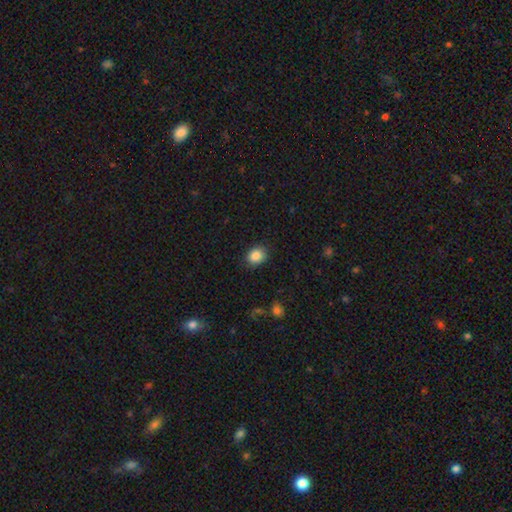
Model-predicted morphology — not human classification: Smooth or featured: smooth — 87% (star or artifact — 9%)
How rounded: round — 54% (in between — 45%)
Merging: none — 84% (minor disturbance — 13%)